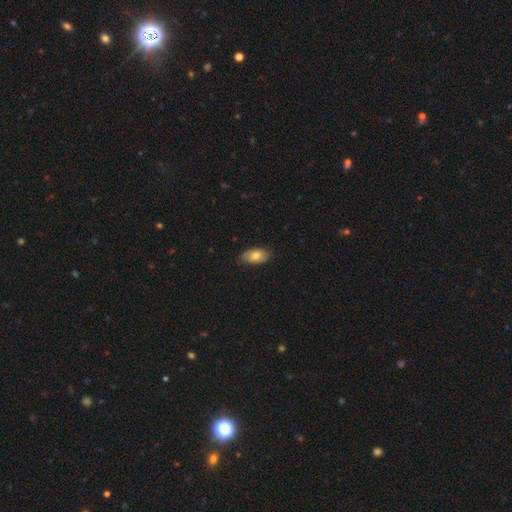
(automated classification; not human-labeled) Smooth or featured? smooth (77%)
How rounded? in between (93%)
Merging? none (79%)